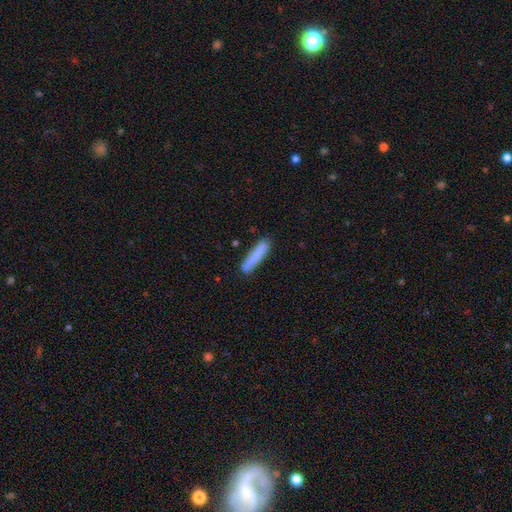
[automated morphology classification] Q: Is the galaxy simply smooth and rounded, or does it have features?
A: smooth — 81%.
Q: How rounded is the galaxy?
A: cigar-shaped — 91%.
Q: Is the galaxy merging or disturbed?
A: none — 79%.